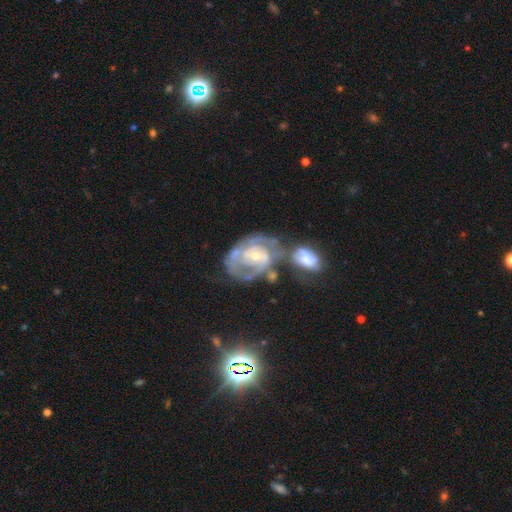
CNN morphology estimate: Overall: featured or disk (86%). Edge-on disk: no (97%). Bar: no (65%; weak 27%). Spiral arms: yes (90%). Spiral arm count: 2 (43%; can't tell 29%). Spiral winding: tight (63%; medium 29%). Bulge size: small (52%; moderate 43%). Merging: merger (39%; none 28%).